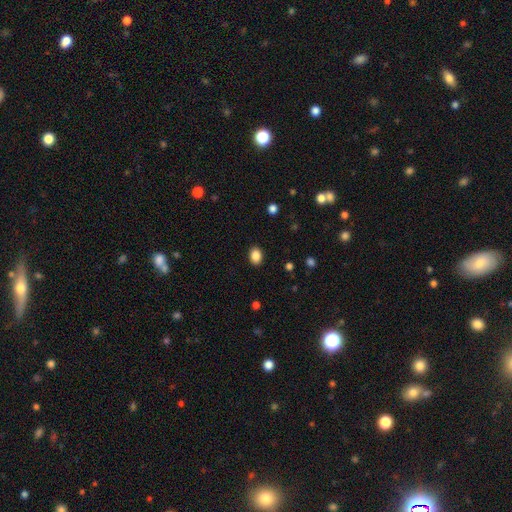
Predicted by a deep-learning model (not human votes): A smooth galaxy with no disk features (87%) that is in between round and cigar-shaped (71%).

Vote fractions:
- Smooth or featured? smooth: 87% / star or artifact: 9% / featured or disk: 4%
- How rounded? in between: 71% / round: 28% / cigar-shaped: 1%
- Merging? none: 89% / minor disturbance: 8% / major disturbance: 2% / merger: 1%